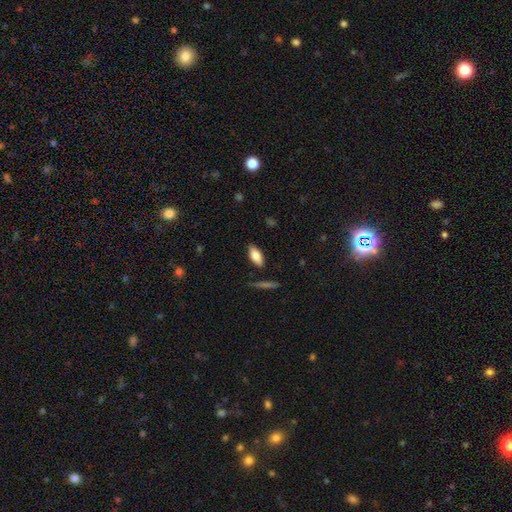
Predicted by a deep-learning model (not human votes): Smooth or featured: smooth — 81% (featured or disk — 13%)
How rounded: in between — 84% (cigar-shaped — 14%)
Merging: none — 84% (minor disturbance — 11%)